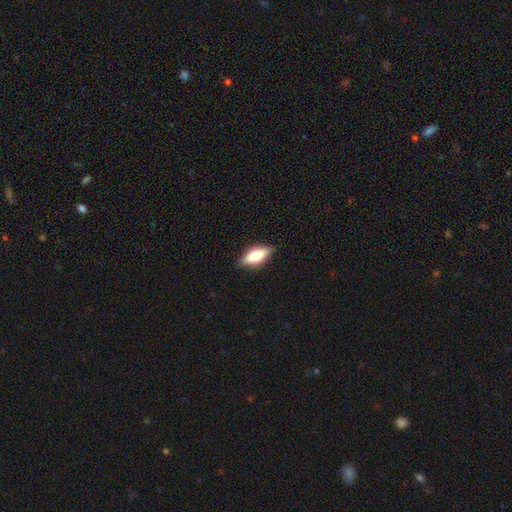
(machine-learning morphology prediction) A smooth galaxy with no disk features (67%) that is in between round and cigar-shaped (76%). Merging: none (86%).